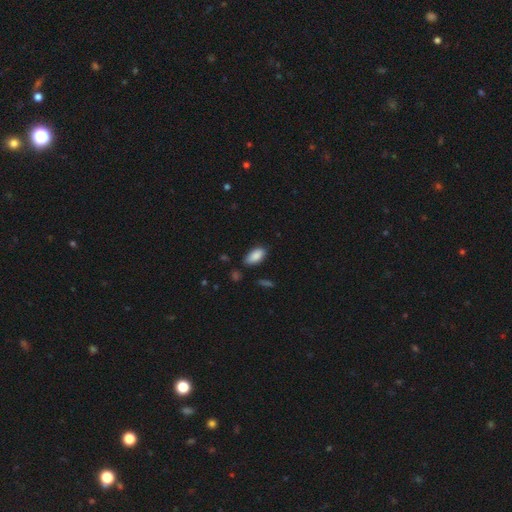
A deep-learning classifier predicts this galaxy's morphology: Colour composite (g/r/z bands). It shows a smooth galaxy with no disk features (88%) that is in between round and cigar-shaped (92%). Merging: none (78%).